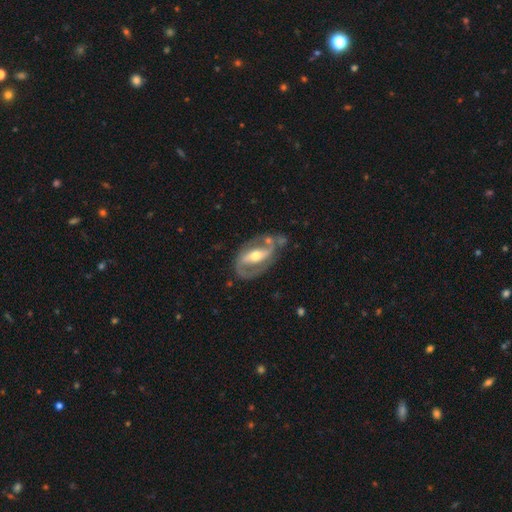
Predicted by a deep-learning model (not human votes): This appears to be a featured or disk galaxy (84%) with a strong bar (53%), 2 (86%) medium (50%) spiral arms (85%) and a moderate central bulge (71%). Merging: none (69%).